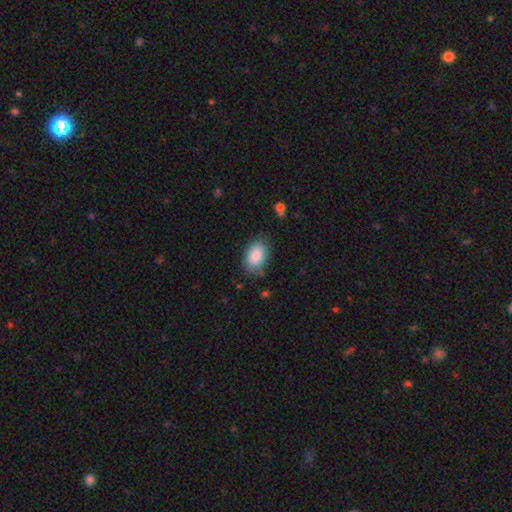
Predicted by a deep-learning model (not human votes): Smooth or featured? Predicted: smooth (p=0.88). How rounded? Predicted: in between (p=0.91). Merging? Predicted: none (p=0.77).